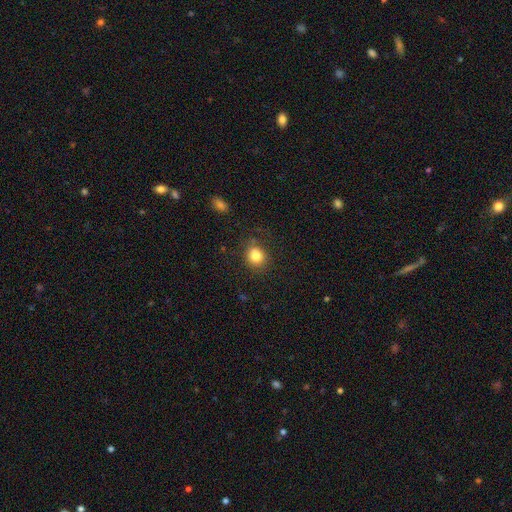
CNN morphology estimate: smooth_or_featured: smooth (p=0.82) [alt: star or artifact p=0.11]
how_rounded: round (p=0.72) [alt: in between p=0.27]
merging: none (p=0.81) [alt: minor disturbance p=0.13]